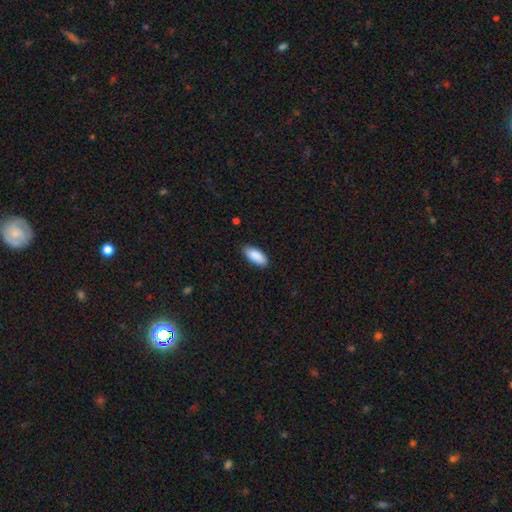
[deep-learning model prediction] Smooth or featured?
  - smooth: 90% *
  - star or artifact: 6%
  - featured or disk: 4%
How rounded?
  - in between: 85% *
  - cigar-shaped: 13%
  - round: 2%
Merging?
  - none: 83% *
  - minor disturbance: 13%
  - major disturbance: 2%
  - merger: 1%